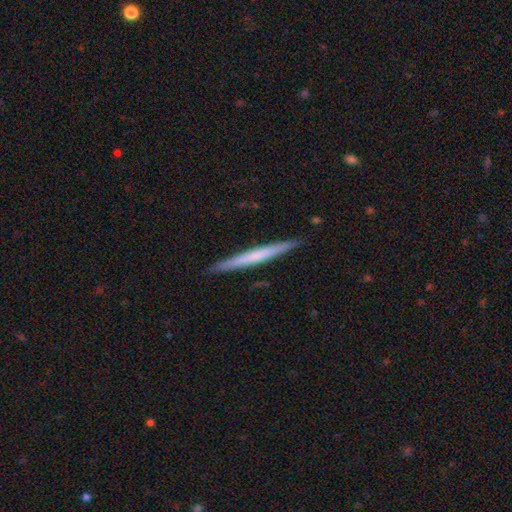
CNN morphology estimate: A smooth galaxy with no disk features (52%) that is cigar-shaped (97%).

Vote fractions:
- Smooth or featured? smooth: 52% / featured or disk: 43% / star or artifact: 5%
- How rounded? cigar-shaped: 97% / in between: 2% / round: 1%
- Merging? none: 92% / minor disturbance: 6% / major disturbance: 1% / merger: 1%